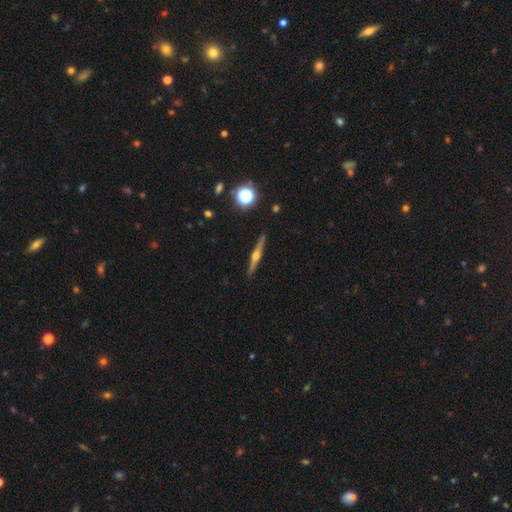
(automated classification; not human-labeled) The model was most divided on "smooth or featured": featured or disk: 77%, smooth: 17%, star or artifact: 7%. More confident: edge-on disk — yes (98%); edge-on bulge — rounded (94%); merging — none (91%).